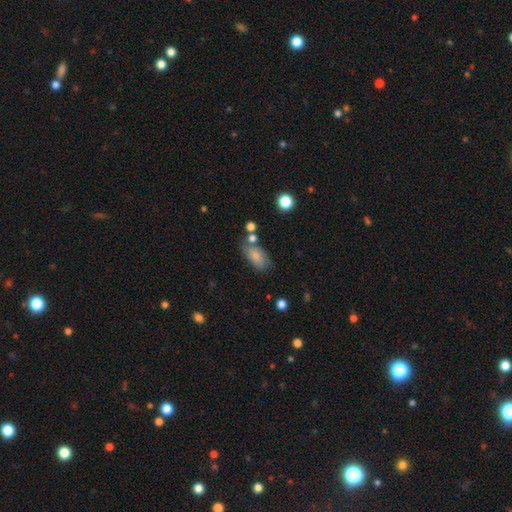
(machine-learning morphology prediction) smooth_or_featured: smooth (p=0.79) [alt: featured or disk p=0.13]
how_rounded: in between (p=0.91) [alt: cigar-shaped p=0.04]
merging: none (p=0.61) [alt: minor disturbance p=0.21]